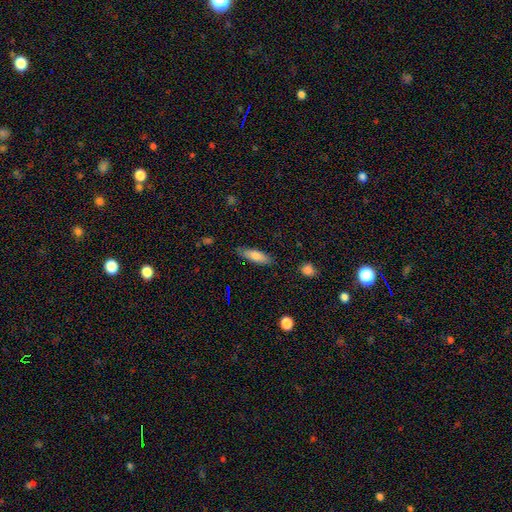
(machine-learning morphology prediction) type=smooth (78%); roundness=in between (53%); merging=none (84%).